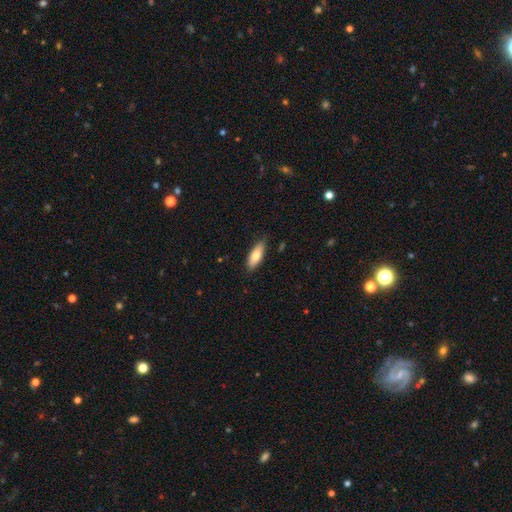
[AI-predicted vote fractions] Q: Smooth or featured?
A: smooth (75%); runner-up: featured or disk (19%)
Q: How rounded?
A: in between (66%); runner-up: cigar-shaped (32%)
Q: Merging?
A: none (81%); runner-up: minor disturbance (15%)